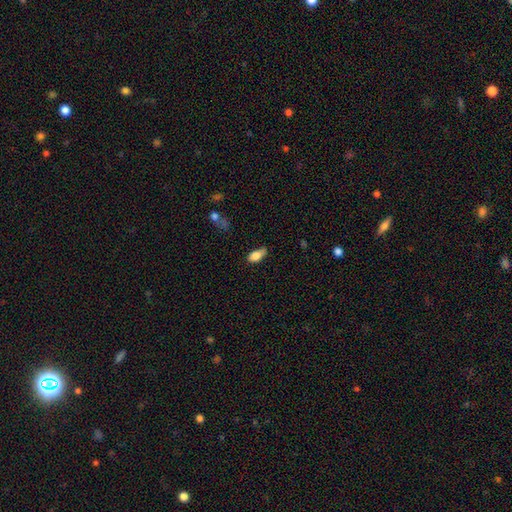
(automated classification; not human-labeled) This appears to be a smooth galaxy with no disk features (81%) that is in between round and cigar-shaped (88%). Merging: none (47%).